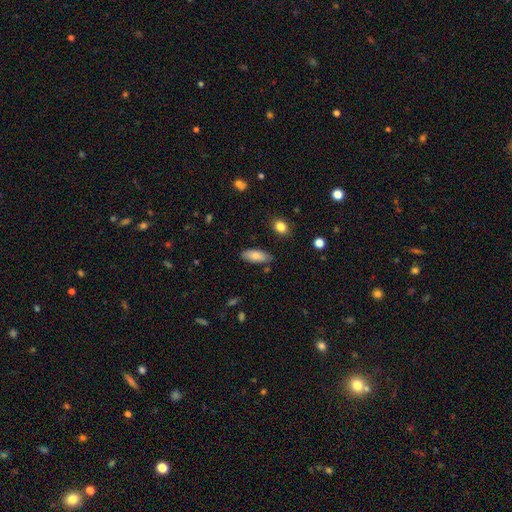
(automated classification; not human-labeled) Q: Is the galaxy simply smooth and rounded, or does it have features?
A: smooth — 82%.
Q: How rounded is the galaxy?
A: in between — 80%.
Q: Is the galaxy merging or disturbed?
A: none — 81%.